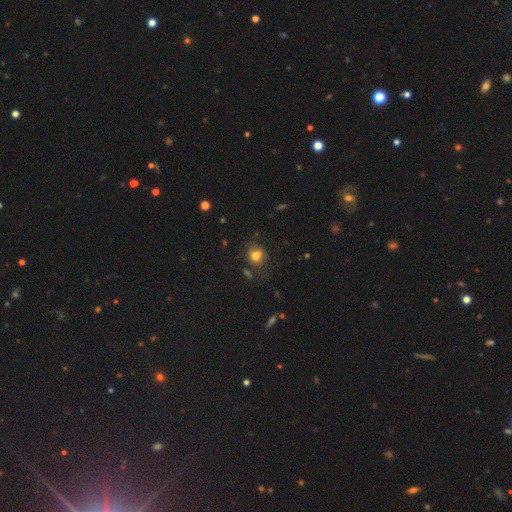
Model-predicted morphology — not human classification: type=smooth (75%); roundness=round (63%); merging=none (65%).